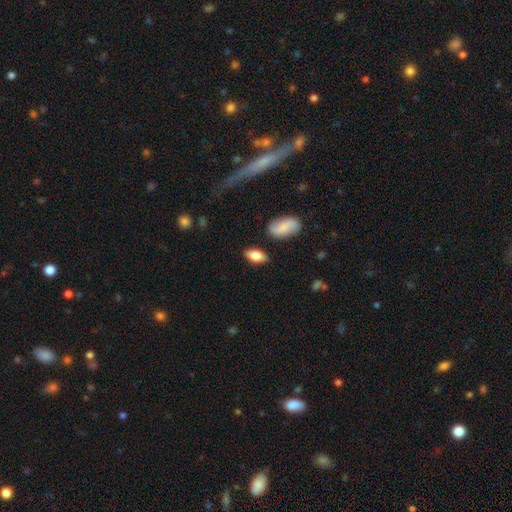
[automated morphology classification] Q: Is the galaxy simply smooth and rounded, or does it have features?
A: smooth — 74%.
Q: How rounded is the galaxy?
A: in between — 86%.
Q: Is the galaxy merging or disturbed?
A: none — 83%.